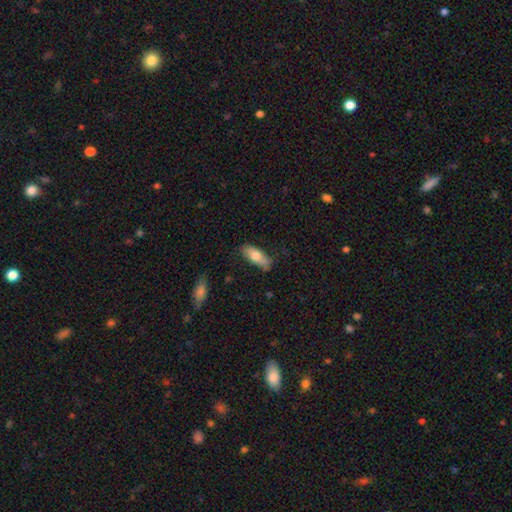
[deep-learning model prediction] A smooth galaxy with no disk features (69%) that is in between round and cigar-shaped (73%).

Vote fractions:
- Smooth or featured? smooth: 69% / featured or disk: 25% / star or artifact: 6%
- How rounded? in between: 73% / cigar-shaped: 25% / round: 3%
- Merging? none: 69% / minor disturbance: 23% / major disturbance: 5% / merger: 3%